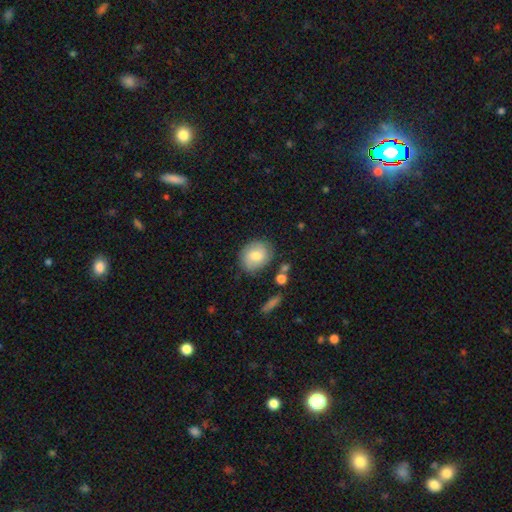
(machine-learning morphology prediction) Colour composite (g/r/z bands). It shows a smooth galaxy with no disk features (73%) that is round (65%). Merging: none (79%).